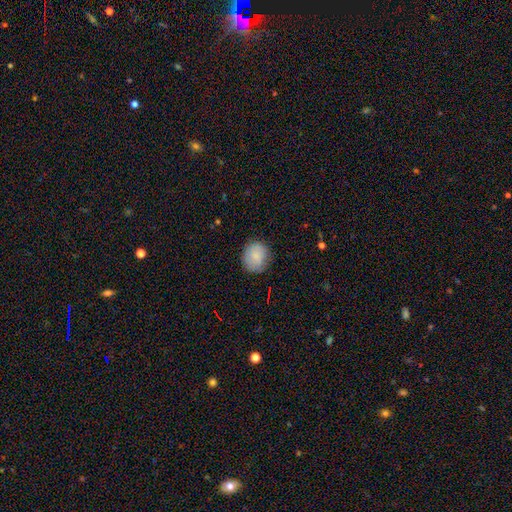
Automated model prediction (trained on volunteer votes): Smooth or featured? Predicted: smooth (p=0.86). How rounded? Predicted: round (p=0.77). Merging? Predicted: none (p=0.83).